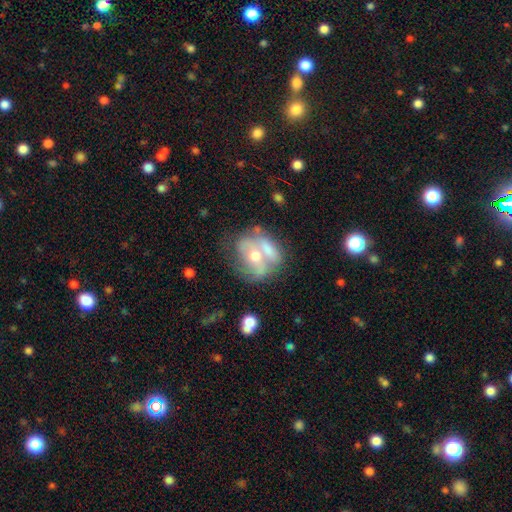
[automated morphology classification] smooth-or-featured: featured or disk: 52% | smooth: 39% | star or artifact: 9%
  disk-edge-on: no: 92% | yes: 8%
  merging: merger: 47% | none: 29% | minor disturbance: 14% | major disturbance: 10%